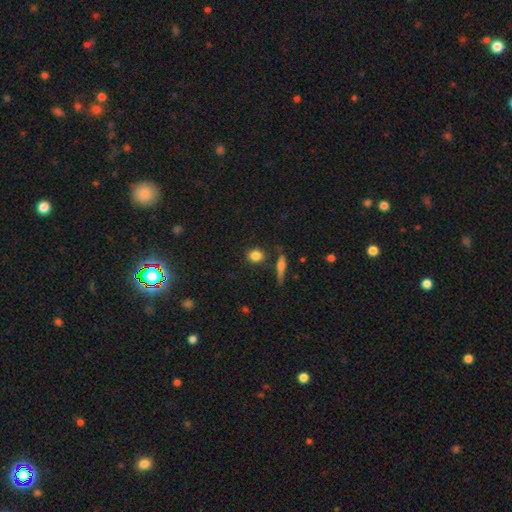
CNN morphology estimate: Overall: smooth (84%). How rounded: round (70%). Merging: none (83%).